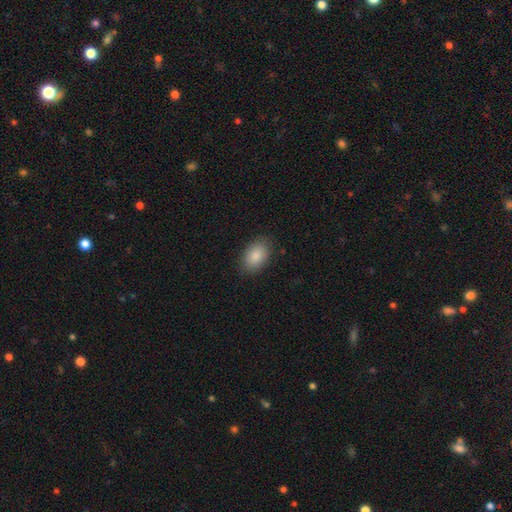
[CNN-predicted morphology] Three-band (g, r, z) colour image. It shows a smooth galaxy with no disk features (87%) that is in between round and cigar-shaped (88%). Merging: none (85%).